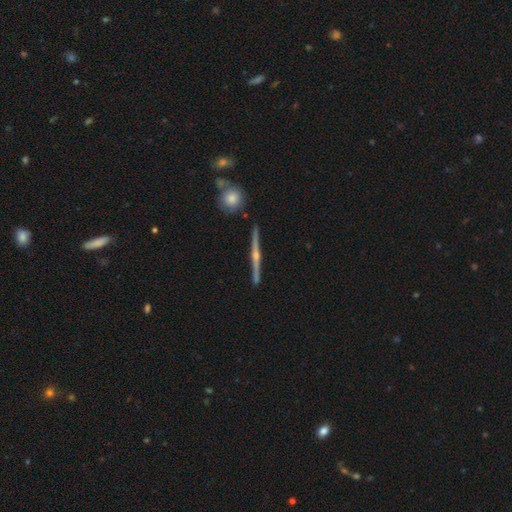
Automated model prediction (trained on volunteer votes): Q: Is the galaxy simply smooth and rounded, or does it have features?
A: featured or disk — 84%.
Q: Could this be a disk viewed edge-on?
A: yes — 98%.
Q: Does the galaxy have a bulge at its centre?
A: rounded — 89%.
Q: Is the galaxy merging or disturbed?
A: none — 91%.